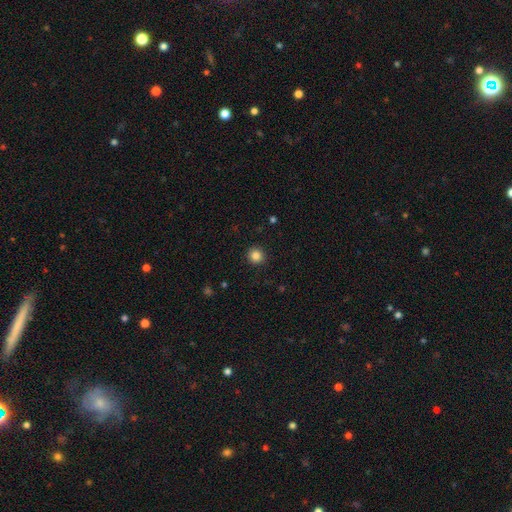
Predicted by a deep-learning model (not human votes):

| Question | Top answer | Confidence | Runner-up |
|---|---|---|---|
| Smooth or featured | smooth | 86% | star or artifact (11%) |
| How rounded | round | 93% | in between (6%) |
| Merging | none | 92% | minor disturbance (5%) |